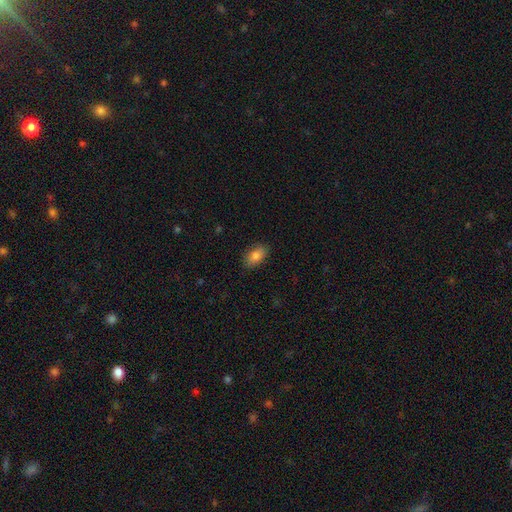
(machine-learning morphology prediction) A smooth galaxy with no disk features (82%) that is in between round and cigar-shaped (91%). Merging: none (86%).